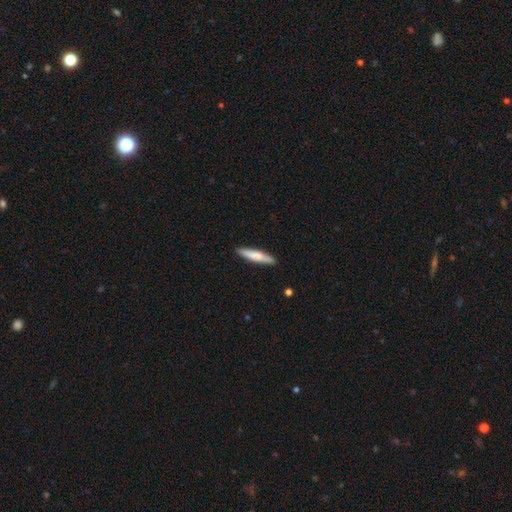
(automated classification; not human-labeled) smooth_or_featured: smooth (p=0.64) [alt: featured or disk p=0.30]
how_rounded: cigar-shaped (p=0.88) [alt: in between p=0.11]
merging: none (p=0.89) [alt: minor disturbance p=0.08]